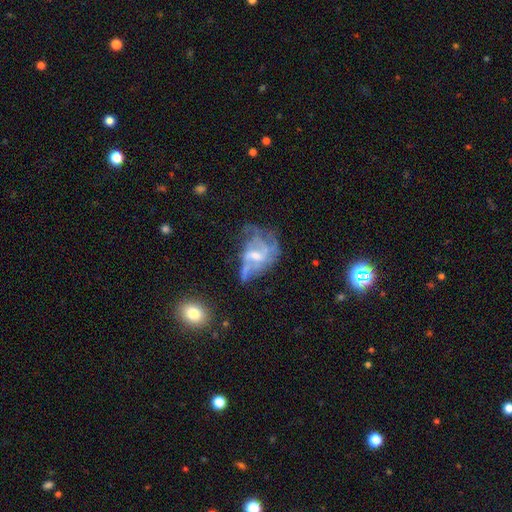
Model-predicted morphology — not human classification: Overall: featured or disk (75%). Edge-on disk: no (96%). Bar: weak (47%; no 40%). Spiral arms: yes (70%). Spiral arm count: can't tell (34%; 2 31%). Spiral winding: loose (43%; medium 39%). Bulge size: moderate (44%; small 35%). Merging: major disturbance (39%; none 32%).